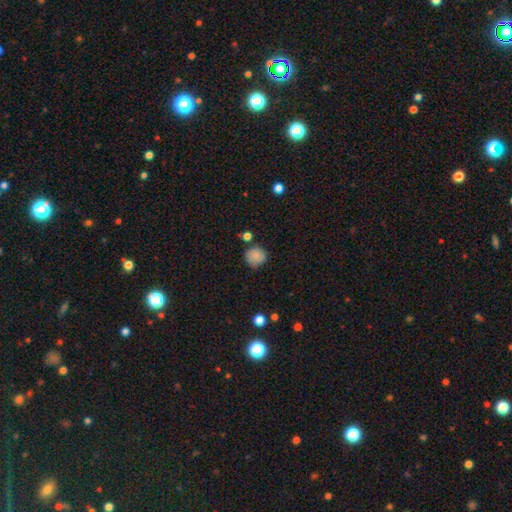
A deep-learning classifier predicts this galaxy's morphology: The model was most divided on "merging": none: 72%, minor disturbance: 18%, merger: 6%, major disturbance: 4%. More confident: how rounded — round (88%); smooth or featured — smooth (83%).